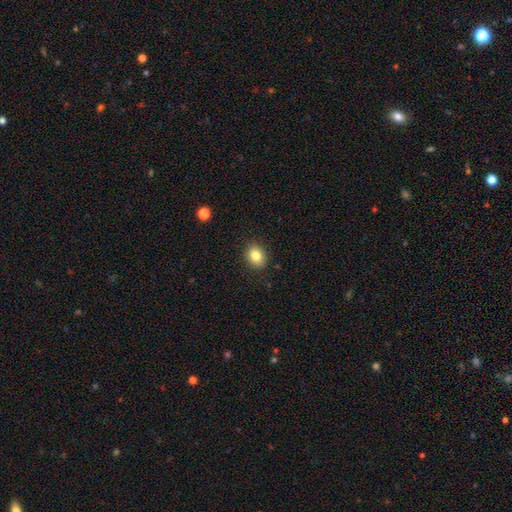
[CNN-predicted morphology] Smooth or featured?
  - smooth: 83% *
  - star or artifact: 10%
  - featured or disk: 7%
How rounded?
  - round: 54% *
  - in between: 45%
  - cigar-shaped: 1%
Merging?
  - none: 88% *
  - minor disturbance: 9%
  - major disturbance: 2%
  - merger: 1%